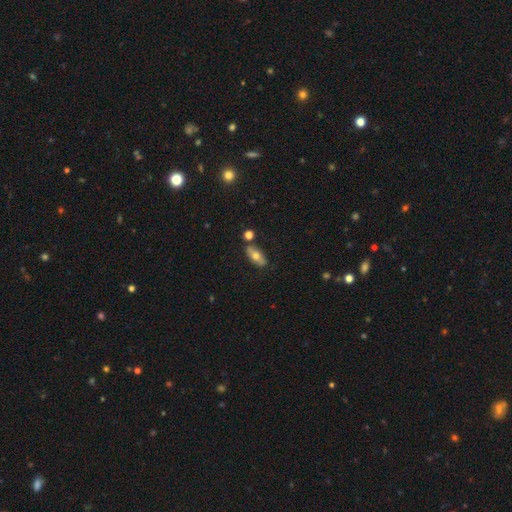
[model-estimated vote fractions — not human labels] smooth 62%, featured or disk 30%, star or artifact 8%. Down the decision tree: how rounded — in between (78%); merging — none (77%).